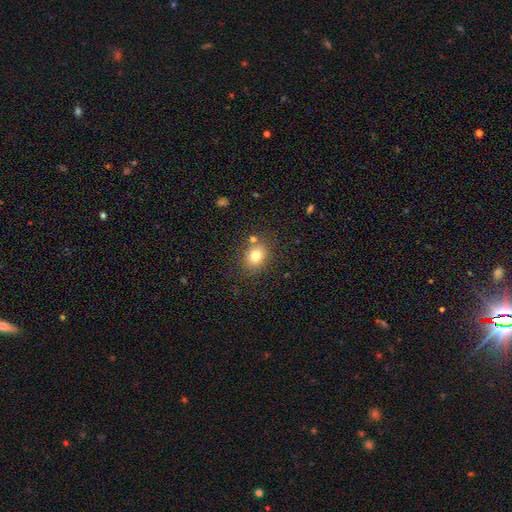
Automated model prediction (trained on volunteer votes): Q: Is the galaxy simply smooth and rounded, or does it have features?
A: smooth — 77%.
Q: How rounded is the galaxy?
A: round — 57%.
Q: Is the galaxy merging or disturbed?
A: none — 77%.